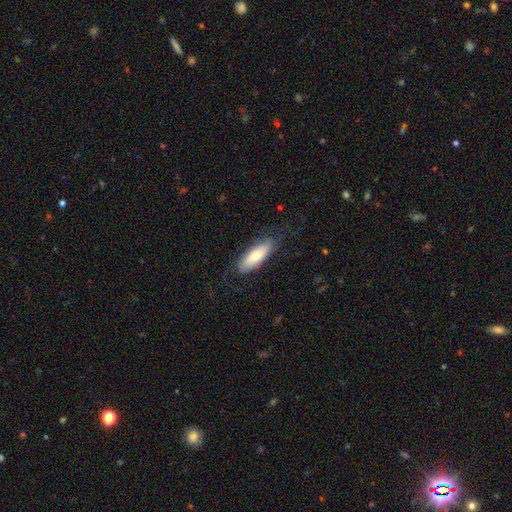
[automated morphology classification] This appears to be a smooth galaxy with no disk features (61%) that is in between round and cigar-shaped (62%). Merging: none (72%).